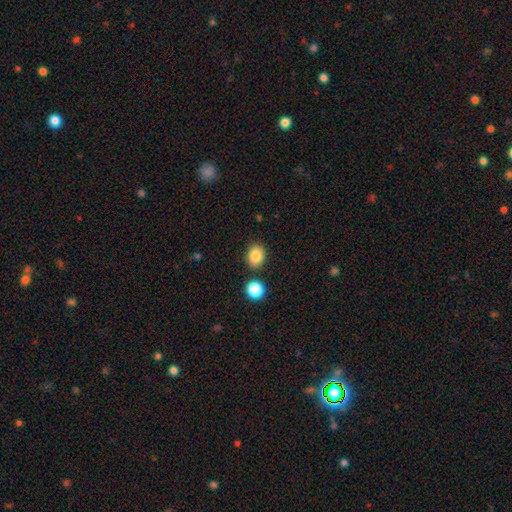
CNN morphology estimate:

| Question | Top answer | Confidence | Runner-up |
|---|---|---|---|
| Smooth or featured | smooth | 85% | star or artifact (10%) |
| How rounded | in between | 50% | round (49%) |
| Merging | none | 84% | minor disturbance (9%) |